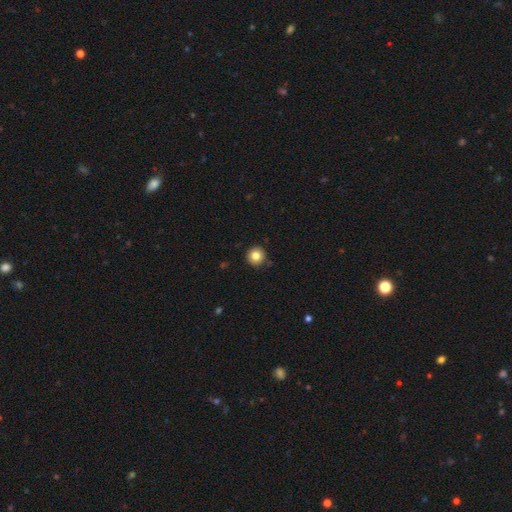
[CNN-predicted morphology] smooth 82%, star or artifact 10%, featured or disk 8%. Down the decision tree: how rounded — round (96%); merging — none (91%).